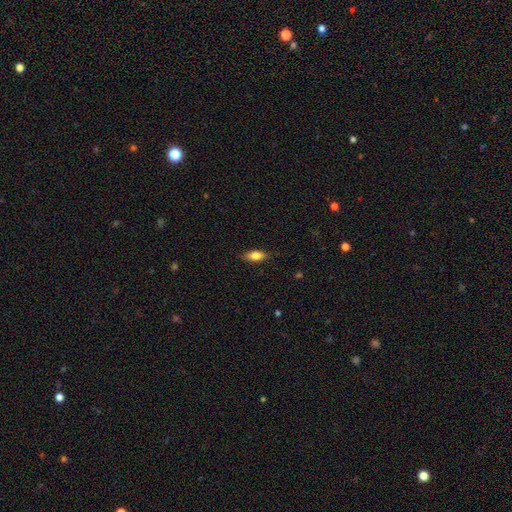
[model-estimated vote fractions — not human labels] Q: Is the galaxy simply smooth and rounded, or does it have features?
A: smooth — 79%.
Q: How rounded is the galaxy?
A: in between — 81%.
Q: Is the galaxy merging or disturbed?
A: none — 84%.